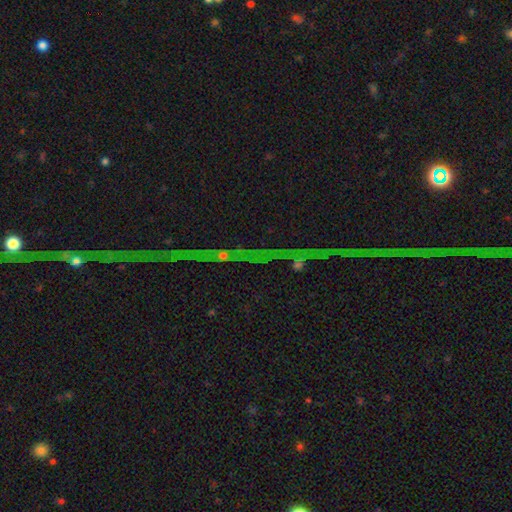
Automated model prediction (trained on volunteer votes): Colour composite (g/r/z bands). It shows a star or artifact, not a galaxy (81%).